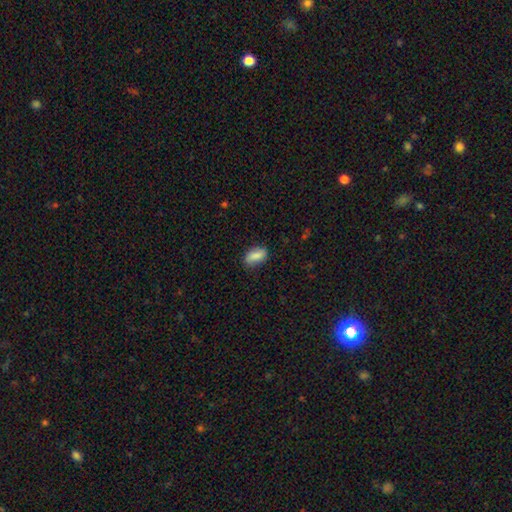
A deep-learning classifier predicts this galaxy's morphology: smooth 84%, featured or disk 9%, star or artifact 7%. Down the decision tree: how rounded — in between (89%); merging — none (80%).